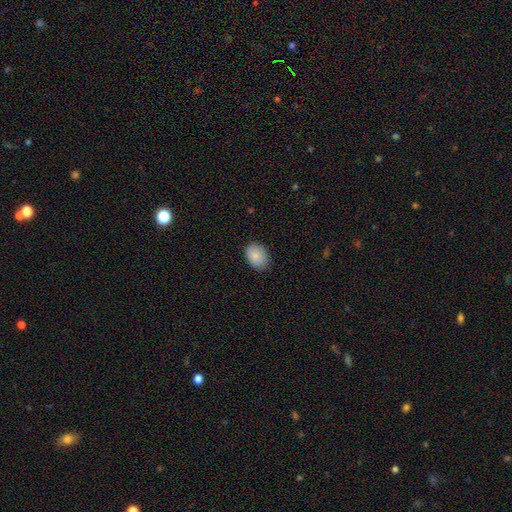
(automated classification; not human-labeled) A smooth galaxy with no disk features (87%) that is in between round and cigar-shaped (77%).

Vote fractions:
- Smooth or featured? smooth: 87% / star or artifact: 7% / featured or disk: 6%
- How rounded? in between: 77% / round: 22% / cigar-shaped: 1%
- Merging? none: 85% / minor disturbance: 12% / major disturbance: 2% / merger: 1%